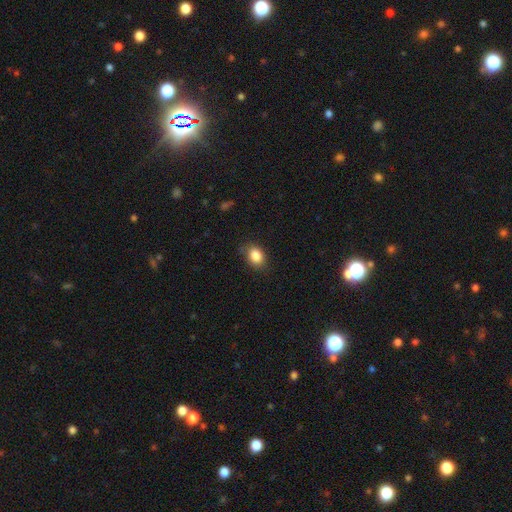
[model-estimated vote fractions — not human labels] Q: Smooth or featured?
A: smooth (86%); runner-up: star or artifact (9%)
Q: How rounded?
A: in between (66%); runner-up: round (33%)
Q: Merging?
A: none (80%); runner-up: minor disturbance (16%)